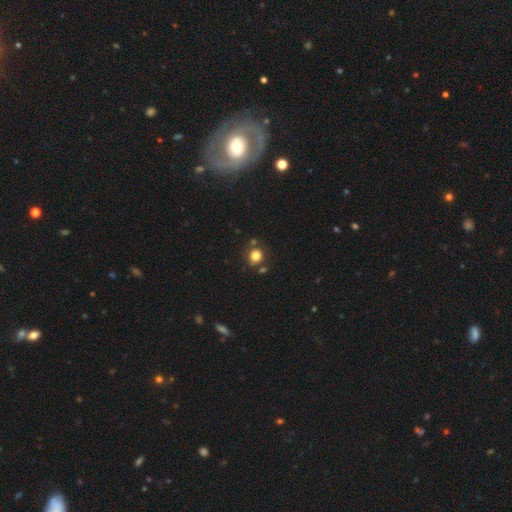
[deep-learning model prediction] Q: Smooth or featured?
A: smooth (80%); runner-up: star or artifact (13%)
Q: How rounded?
A: round (83%); runner-up: in between (16%)
Q: Merging?
A: none (76%); runner-up: minor disturbance (11%)